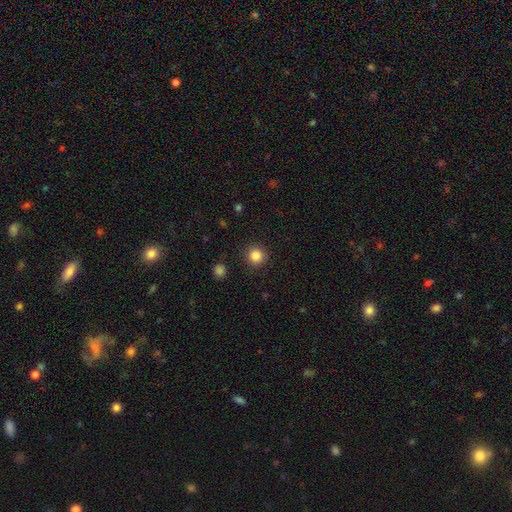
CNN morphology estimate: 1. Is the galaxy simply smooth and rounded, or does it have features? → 85% smooth, 11% star or artifact, 4% featured or disk.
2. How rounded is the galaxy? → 94% round, 6% in between, 1% cigar-shaped.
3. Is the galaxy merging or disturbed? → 90% none, 6% minor disturbance, 2% major disturbance, 1% merger.